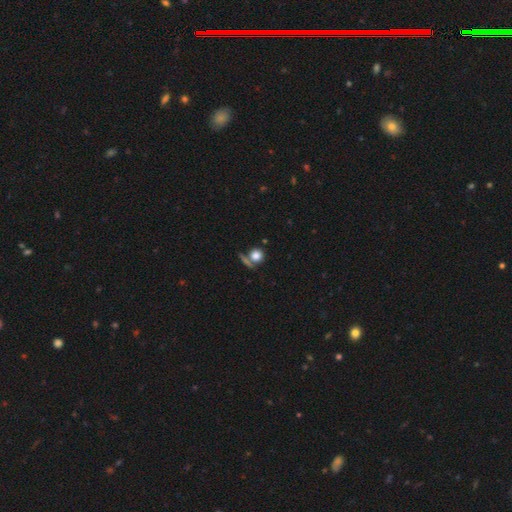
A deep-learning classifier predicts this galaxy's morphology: Smooth or featured: smooth — 80% (star or artifact — 11%)
How rounded: round — 88% (in between — 9%)
Merging: none — 64% (merger — 22%)